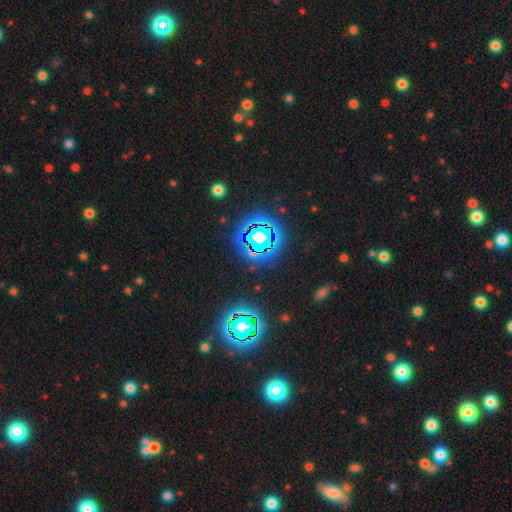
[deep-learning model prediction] smooth-or-featured: star or artifact: 82% | smooth: 12% | featured or disk: 7%